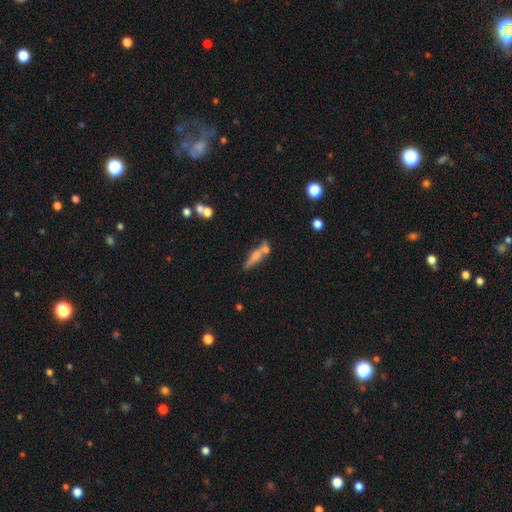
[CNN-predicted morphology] This is possibly a smooth galaxy (54%). How rounded: likely cigar-shaped (72%). Merging: possibly none (53%).